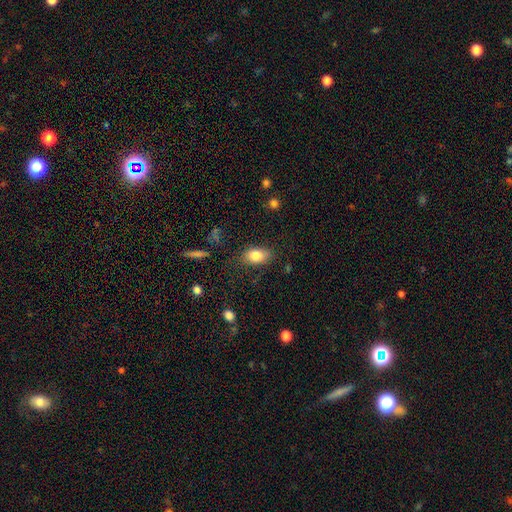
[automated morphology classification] smooth-or-featured: smooth: 82% | featured or disk: 10% | star or artifact: 8%
  how-rounded: in between: 87% | round: 10% | cigar-shaped: 2%
  merging: none: 79% | minor disturbance: 15% | major disturbance: 4% | merger: 2%